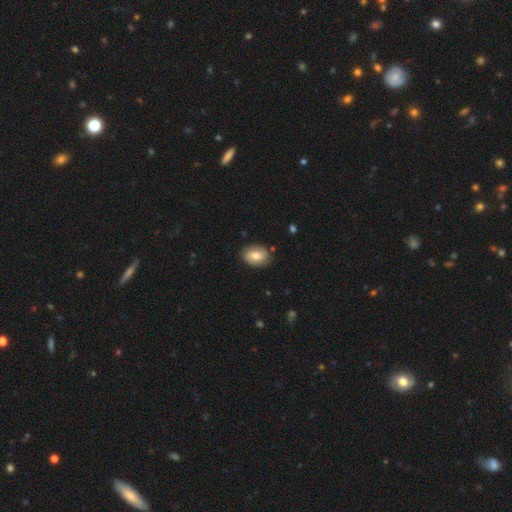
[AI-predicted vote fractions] This appears to be a smooth galaxy with no disk features (71%) that is in between round and cigar-shaped (75%). Merging: none (83%).